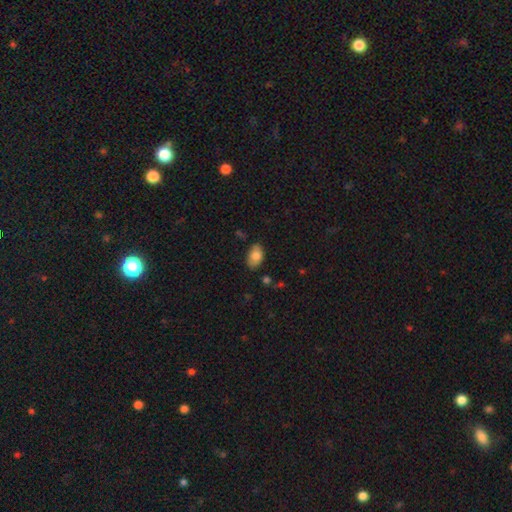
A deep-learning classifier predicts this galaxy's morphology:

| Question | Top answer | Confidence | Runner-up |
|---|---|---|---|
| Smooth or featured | smooth | 82% | featured or disk (11%) |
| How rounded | in between | 91% | round (7%) |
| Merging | none | 79% | minor disturbance (17%) |